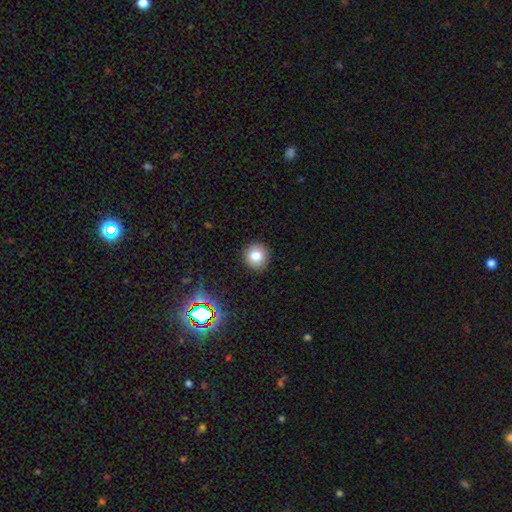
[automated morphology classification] smooth_or_featured: smooth (p=0.78) [alt: star or artifact p=0.13]
how_rounded: round (p=0.93) [alt: in between p=0.06]
merging: none (p=0.91) [alt: minor disturbance p=0.06]